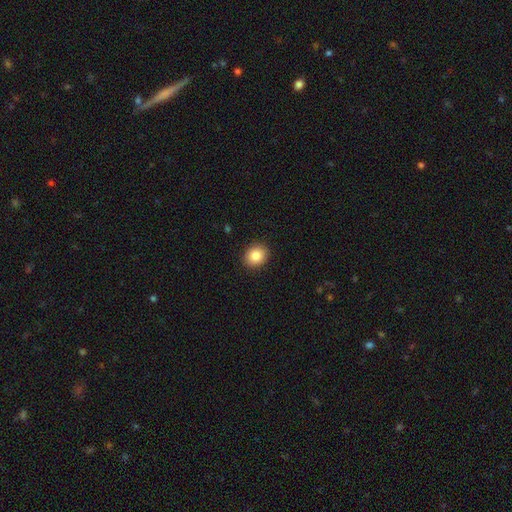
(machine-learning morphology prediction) Smooth or featured?
  - smooth: 86% *
  - star or artifact: 9%
  - featured or disk: 5%
How rounded?
  - round: 66% *
  - in between: 33%
  - cigar-shaped: 1%
Merging?
  - none: 91% *
  - minor disturbance: 6%
  - major disturbance: 2%
  - merger: 1%